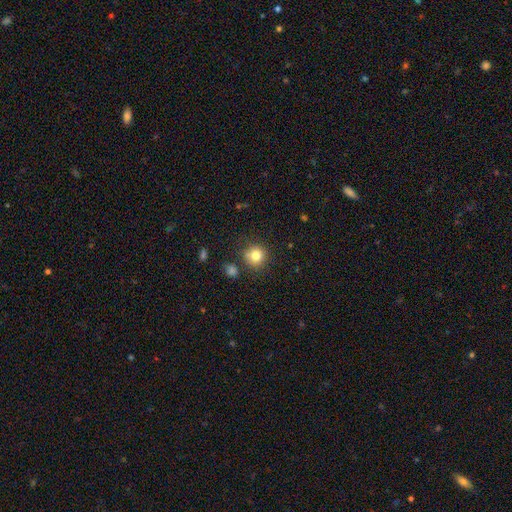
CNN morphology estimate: Overall: smooth (80%). How rounded: round (91%). Merging: none (81%).